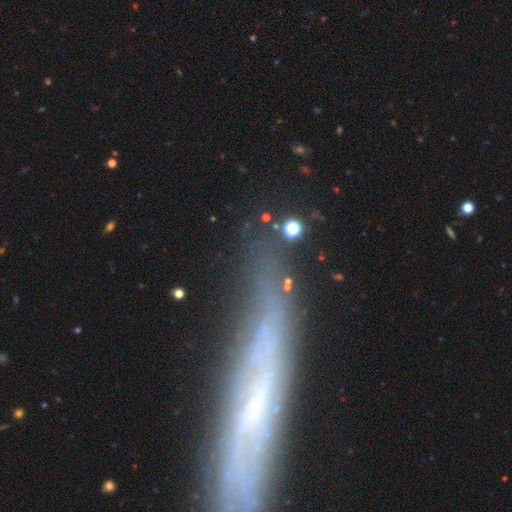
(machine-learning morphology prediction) Smooth or featured? featured or disk (62%)
Edge-on disk? yes (69%)
Merging? none (70%)